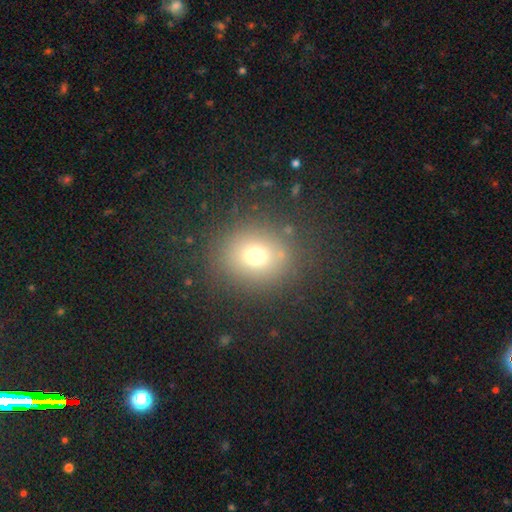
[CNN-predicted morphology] Overall: smooth (70%). How rounded: round (80%). Merging: none (83%).